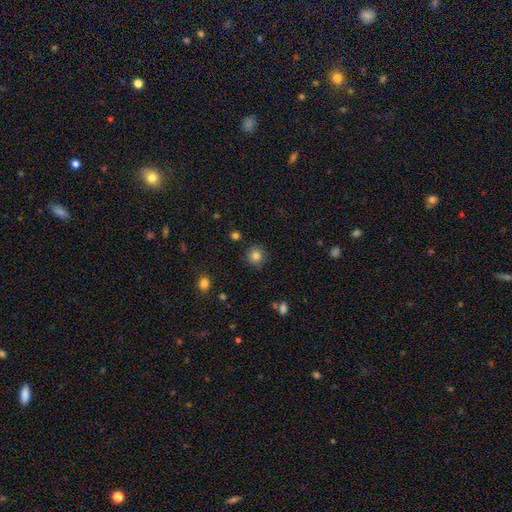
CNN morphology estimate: This appears to be a smooth galaxy with no disk features (83%) that is round (92%). Merging: none (87%).